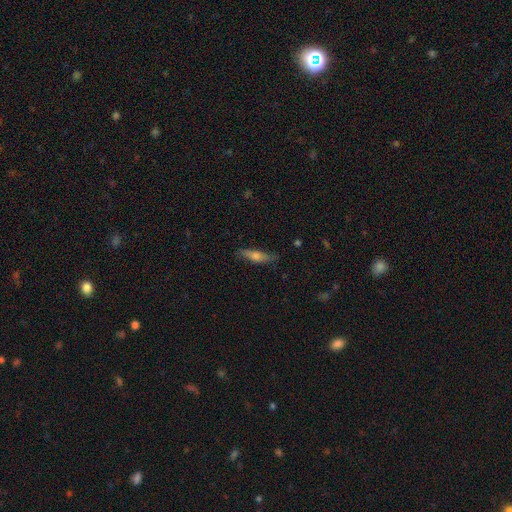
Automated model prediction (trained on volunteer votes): Smooth or featured? Predicted: smooth (p=0.49). Merging? Predicted: none (p=0.81).